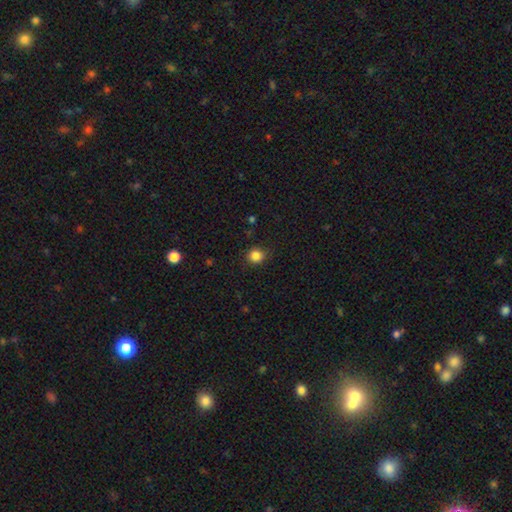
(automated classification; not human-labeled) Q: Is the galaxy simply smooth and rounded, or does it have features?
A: smooth — 85%.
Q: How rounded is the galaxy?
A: round — 88%.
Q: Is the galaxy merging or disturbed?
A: none — 85%.